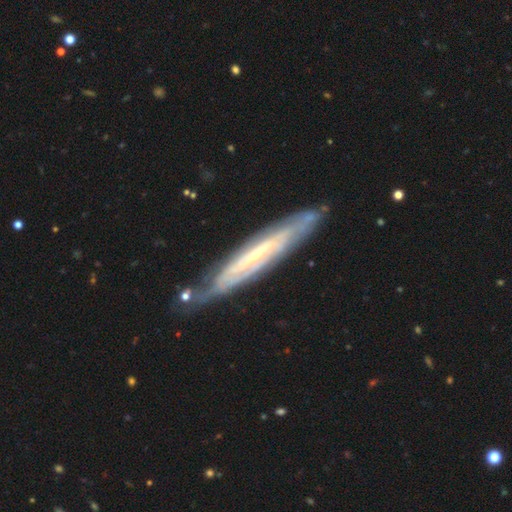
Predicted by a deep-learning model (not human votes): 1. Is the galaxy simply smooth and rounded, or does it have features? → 76% featured or disk, 18% smooth, 6% star or artifact.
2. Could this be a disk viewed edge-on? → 57% yes, 43% no.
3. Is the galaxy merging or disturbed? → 75% none, 18% minor disturbance, 4% major disturbance, 3% merger.